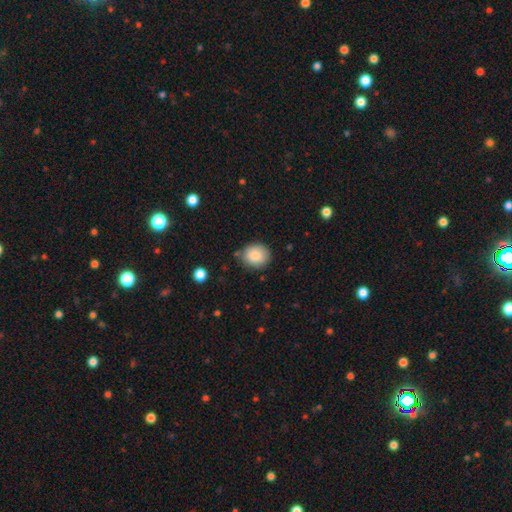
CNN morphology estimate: Smooth or featured?
  - smooth: 85% *
  - star or artifact: 8%
  - featured or disk: 7%
How rounded?
  - round: 75% *
  - in between: 24%
  - cigar-shaped: 1%
Merging?
  - none: 81% *
  - minor disturbance: 13%
  - merger: 3%
  - major disturbance: 3%